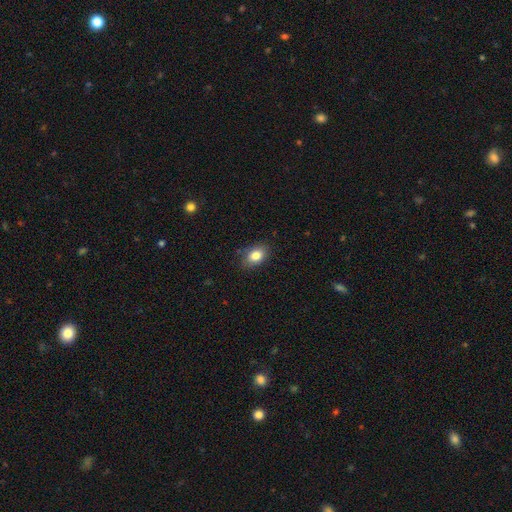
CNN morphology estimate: A smooth galaxy with no disk features (84%) that is in between round and cigar-shaped (83%).

Vote fractions:
- Smooth or featured? smooth: 84% / star or artifact: 8% / featured or disk: 8%
- How rounded? in between: 83% / round: 15% / cigar-shaped: 2%
- Merging? none: 83% / minor disturbance: 13% / major disturbance: 3% / merger: 1%